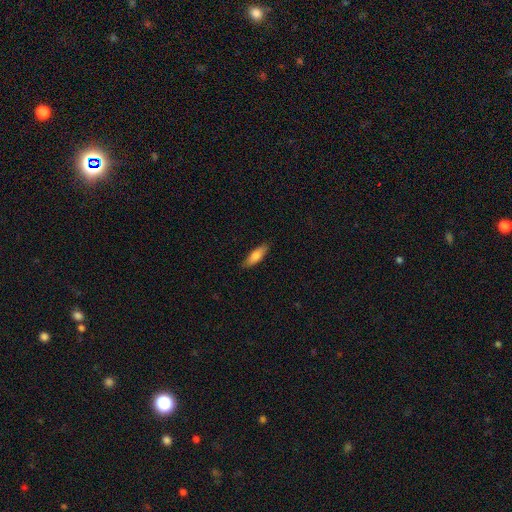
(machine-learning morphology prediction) smooth 76%, featured or disk 18%, star or artifact 6%. Down the decision tree: how rounded — in between (51%); merging — none (86%).